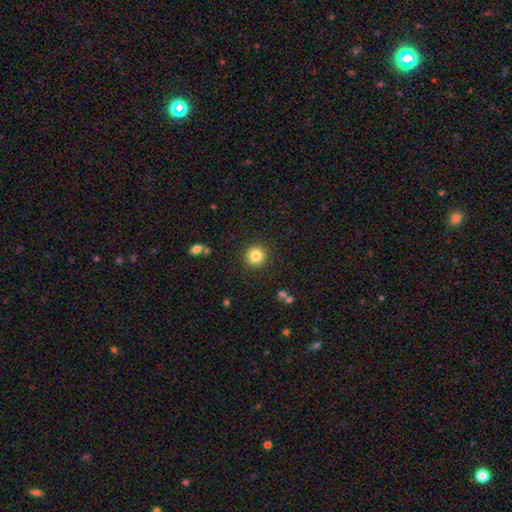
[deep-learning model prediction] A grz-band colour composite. It shows a smooth galaxy with no disk features (83%) that is round (94%). Merging: none (90%).